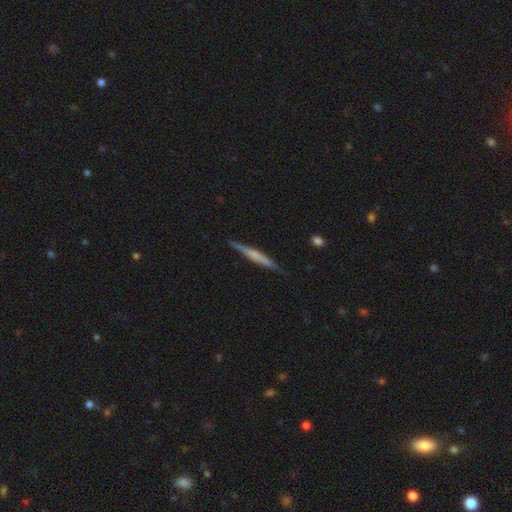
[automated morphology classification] This is possibly a featured or disk galaxy (56%). It is clearly viewed edge-on (97%). Edge-on bulge: possibly none (45%). Merging: clearly none (87%).